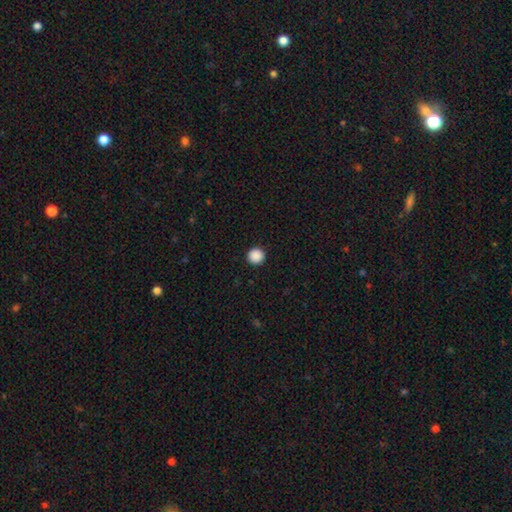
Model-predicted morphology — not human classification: smooth 89%, star or artifact 9%, featured or disk 2%. Down the decision tree: how rounded — round (95%); merging — none (93%).